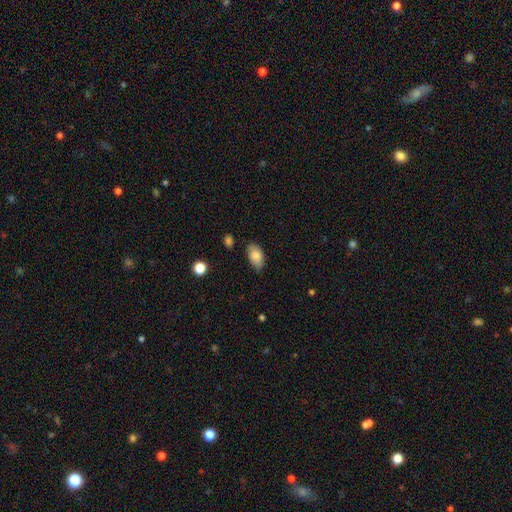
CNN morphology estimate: Smooth or featured? smooth (84%)
How rounded? in between (93%)
Merging? none (72%)